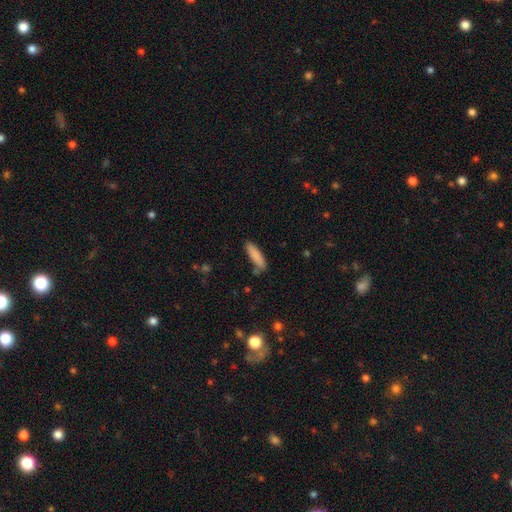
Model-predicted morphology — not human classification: Smooth or featured? smooth (86%)
How rounded? cigar-shaped (71%)
Merging? none (75%)